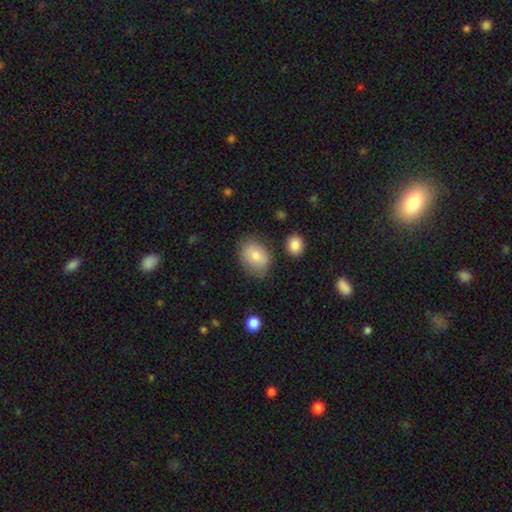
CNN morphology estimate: The model was most divided on "how rounded": in between: 68%, round: 31%, cigar-shaped: 1%. More confident: smooth or featured — smooth (79%); merging — none (72%).